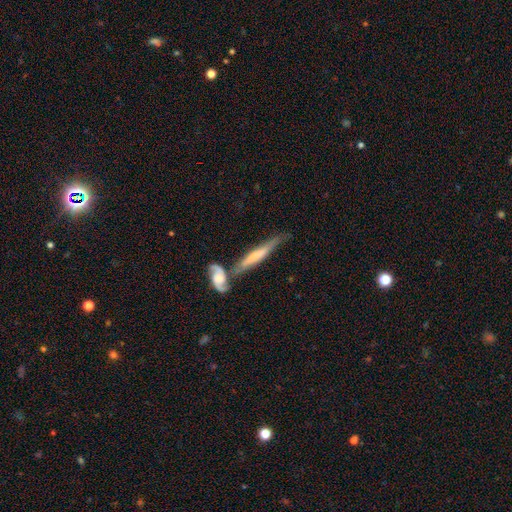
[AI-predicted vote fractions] Smooth or featured? featured or disk (55%)
Edge-on disk? yes (76%)
Merging? none (42%)